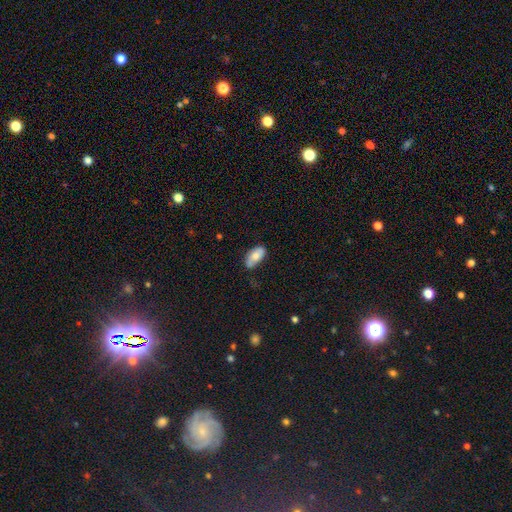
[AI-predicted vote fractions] Morphology: type=smooth (71%); roundness=in between (93%); merging=none (59%).